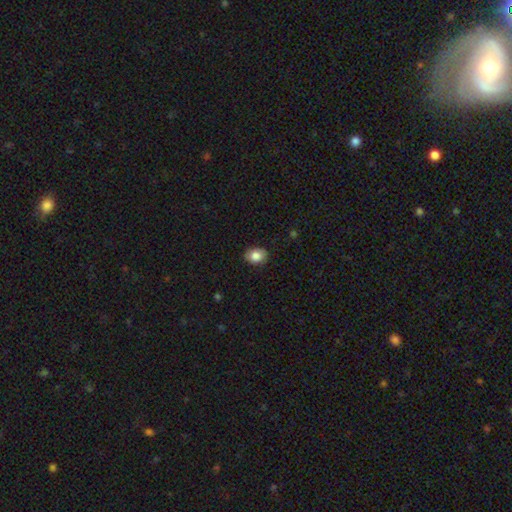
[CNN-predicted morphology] Smooth or featured? Predicted: smooth (p=0.85). How rounded? Predicted: in between (p=0.70). Merging? Predicted: none (p=0.87).